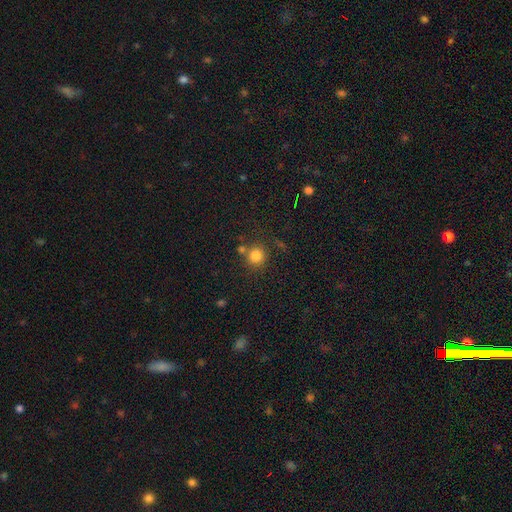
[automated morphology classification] smooth_or_featured: smooth (p=0.81) [alt: star or artifact p=0.13]
how_rounded: round (p=0.91) [alt: in between p=0.08]
merging: none (p=0.71) [alt: merger p=0.15]